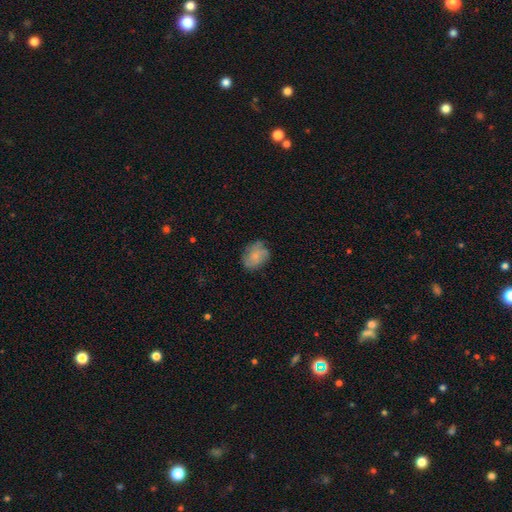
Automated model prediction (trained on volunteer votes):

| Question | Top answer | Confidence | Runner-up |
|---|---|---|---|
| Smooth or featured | smooth | 69% | featured or disk (23%) |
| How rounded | in between | 63% | round (36%) |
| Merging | none | 69% | minor disturbance (23%) |